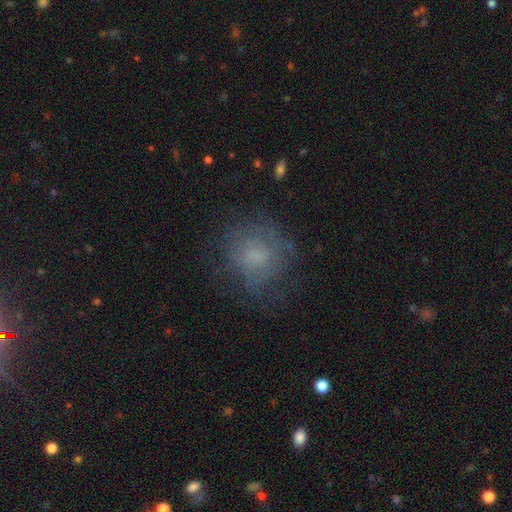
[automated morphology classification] smooth-or-featured: smooth: 56% | featured or disk: 29% | star or artifact: 15%
  how-rounded: round: 76% | in between: 23% | cigar-shaped: 1%
  merging: none: 65% | minor disturbance: 18% | major disturbance: 15% | merger: 1%